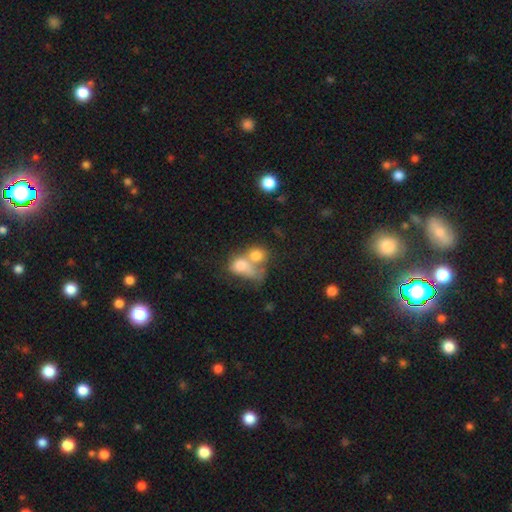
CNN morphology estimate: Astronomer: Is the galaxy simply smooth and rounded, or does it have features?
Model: smooth — 75%.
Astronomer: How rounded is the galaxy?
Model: round — 52% (runner-up: in between, 46%).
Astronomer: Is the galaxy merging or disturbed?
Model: merger — 65%.